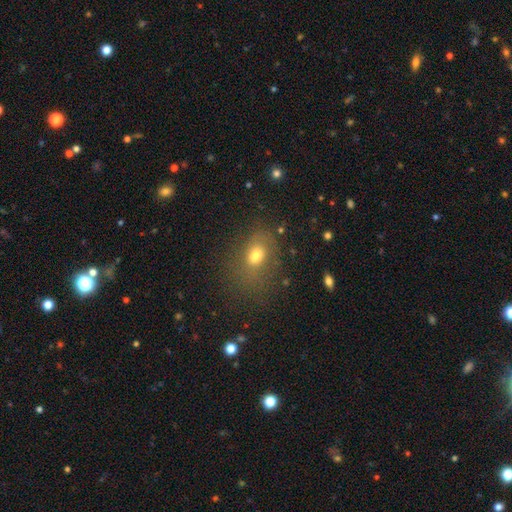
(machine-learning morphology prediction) Q: Smooth or featured?
A: smooth (69%); runner-up: featured or disk (16%)
Q: How rounded?
A: in between (67%); runner-up: round (31%)
Q: Merging?
A: none (65%); runner-up: minor disturbance (20%)